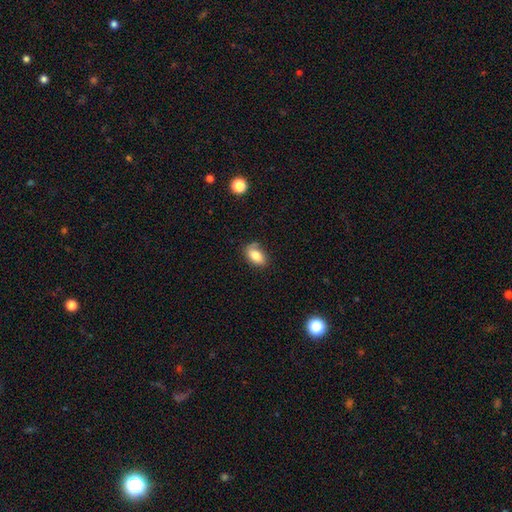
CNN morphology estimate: Q: Smooth or featured?
A: smooth (79%); runner-up: featured or disk (13%)
Q: How rounded?
A: in between (90%); runner-up: round (8%)
Q: Merging?
A: none (69%); runner-up: minor disturbance (22%)